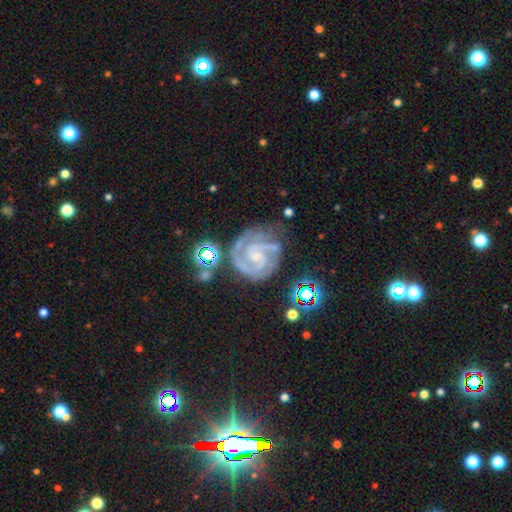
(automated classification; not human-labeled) Smooth or featured? Predicted: featured or disk (p=0.90). Edge-on disk? Predicted: no (p=0.98). Bar? Predicted: no (p=0.55). Spiral arms? Predicted: yes (p=0.98). Spiral winding? Predicted: tight (p=0.65). Spiral arm count? Predicted: 2 (p=0.53). Bulge size? Predicted: small (p=0.74). Merging? Predicted: none (p=0.64).